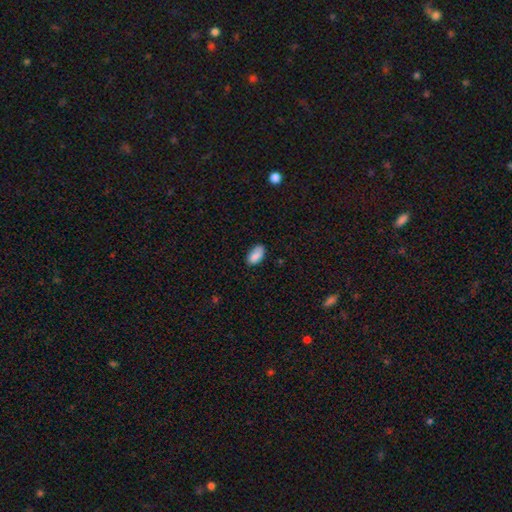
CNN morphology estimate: smooth 87%, star or artifact 7%, featured or disk 6%. Down the decision tree: how rounded — in between (93%); merging — none (73%).